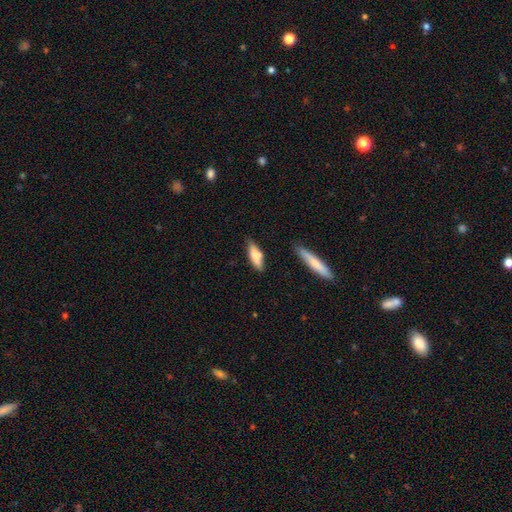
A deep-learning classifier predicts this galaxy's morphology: Smooth or featured? smooth (76%)
How rounded? cigar-shaped (50%)
Merging? none (74%)